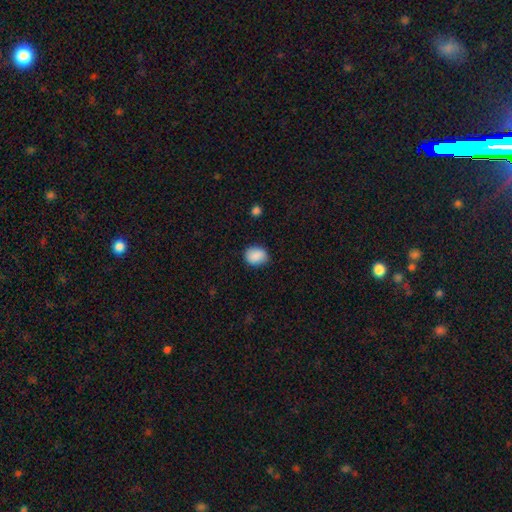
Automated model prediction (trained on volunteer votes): smooth 89%, star or artifact 8%, featured or disk 4%. Down the decision tree: how rounded — in between (50%); merging — none (82%).